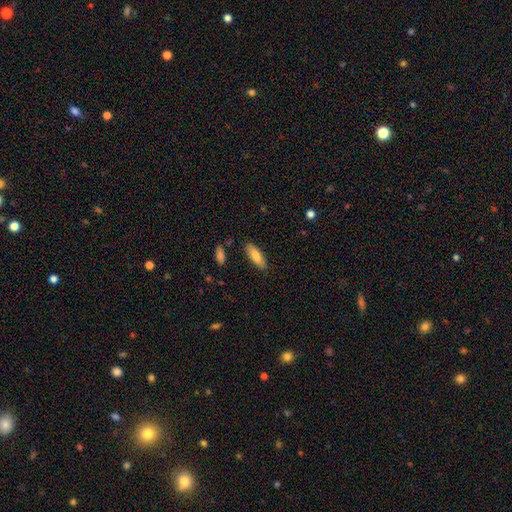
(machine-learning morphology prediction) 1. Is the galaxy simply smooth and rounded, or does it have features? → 80% smooth, 14% featured or disk, 6% star or artifact.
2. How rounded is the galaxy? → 60% in between, 38% cigar-shaped, 2% round.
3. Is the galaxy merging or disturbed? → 84% none, 11% minor disturbance, 2% merger, 2% major disturbance.